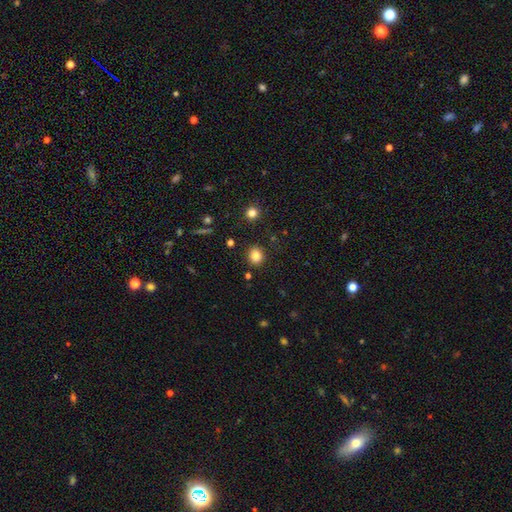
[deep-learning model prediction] A smooth galaxy with no disk features (82%) that is round (71%).

Vote fractions:
- Smooth or featured? smooth: 82% / star or artifact: 12% / featured or disk: 6%
- How rounded? round: 71% / in between: 28% / cigar-shaped: 1%
- Merging? none: 87% / minor disturbance: 8% / merger: 3% / major disturbance: 3%